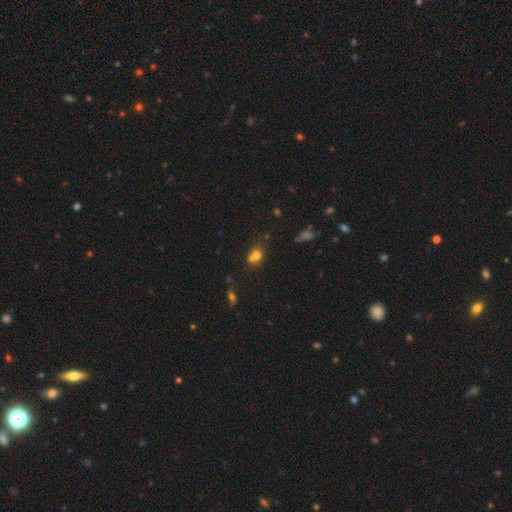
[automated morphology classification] This appears to be a smooth galaxy with no disk features (68%) that is round (61%). Merging: merger (52%).